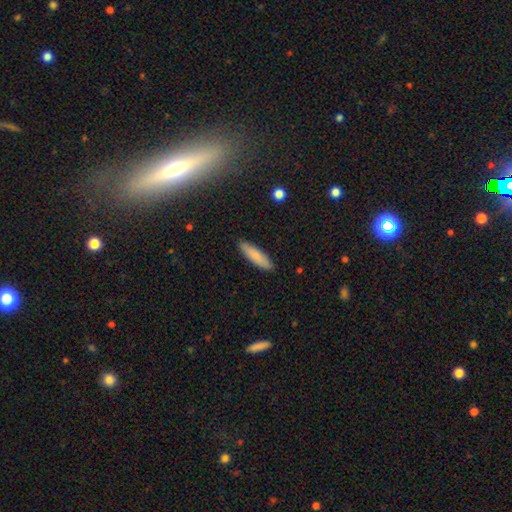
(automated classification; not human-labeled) Overall: smooth (84%). How rounded: cigar-shaped (69%; in between 29%). Merging: none (90%).